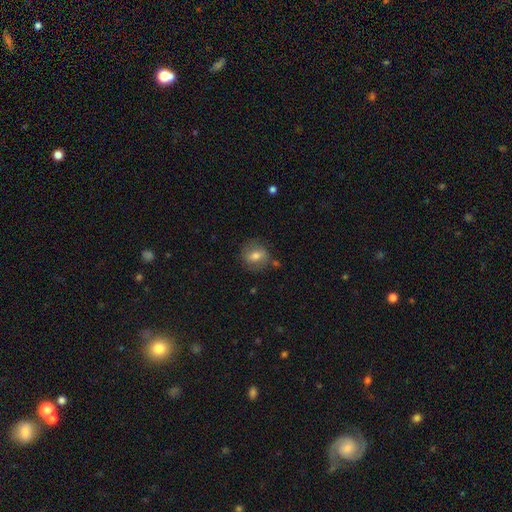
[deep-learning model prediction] A smooth galaxy with no disk features (66%) that is round (63%).

Vote fractions:
- Smooth or featured? smooth: 66% / featured or disk: 26% / star or artifact: 9%
- How rounded? round: 63% / in between: 35% / cigar-shaped: 2%
- Merging? none: 75% / minor disturbance: 16% / major disturbance: 6% / merger: 4%